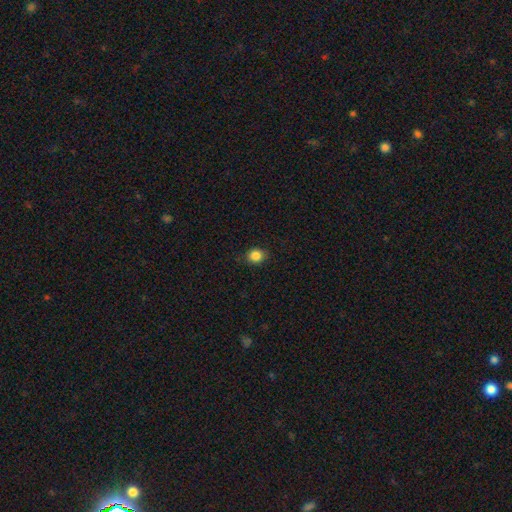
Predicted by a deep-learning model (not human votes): Smooth or featured? smooth (85%)
How rounded? round (74%)
Merging? none (88%)